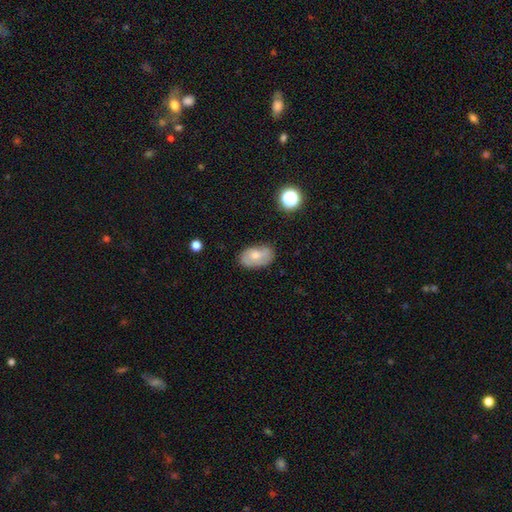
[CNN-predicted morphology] The model was most divided on "smooth or featured": smooth: 50%, featured or disk: 42%, star or artifact: 8%. More confident: merging — none (69%).